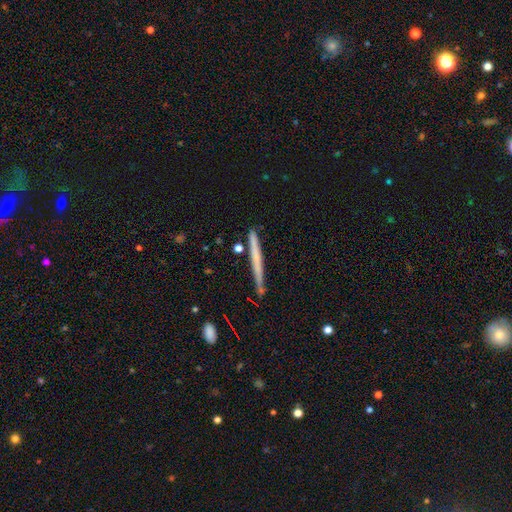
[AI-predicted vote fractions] Smooth or featured?
  - smooth: 49% *
  - featured or disk: 44%
  - star or artifact: 6%
Merging?
  - none: 83% *
  - minor disturbance: 12%
  - merger: 3%
  - major disturbance: 2%